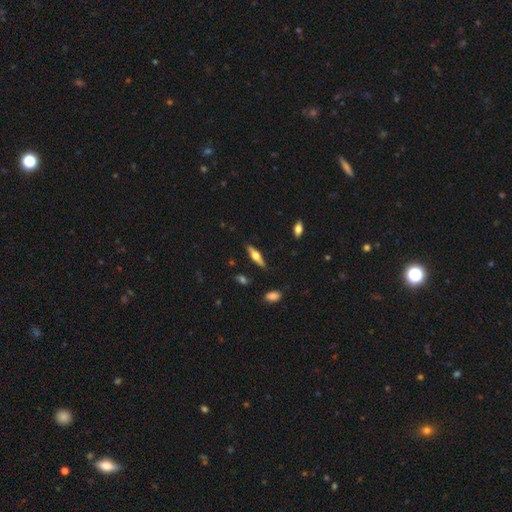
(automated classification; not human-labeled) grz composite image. It shows a featured or disk galaxy (56%) viewed edge-on (93%) with a rounded central bulge (94%). Merging: none (85%).